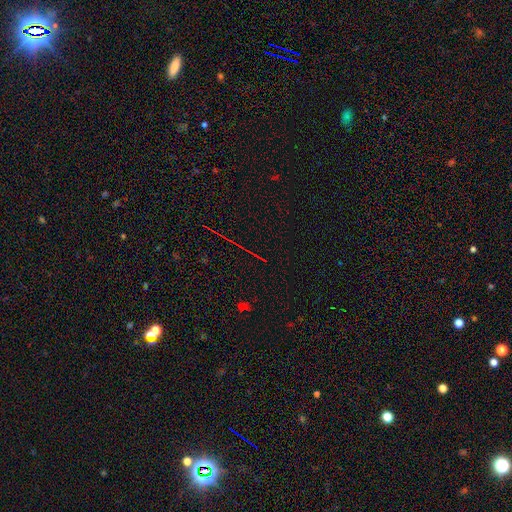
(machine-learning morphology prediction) star or artifact 78%, featured or disk 12%, smooth 10%.